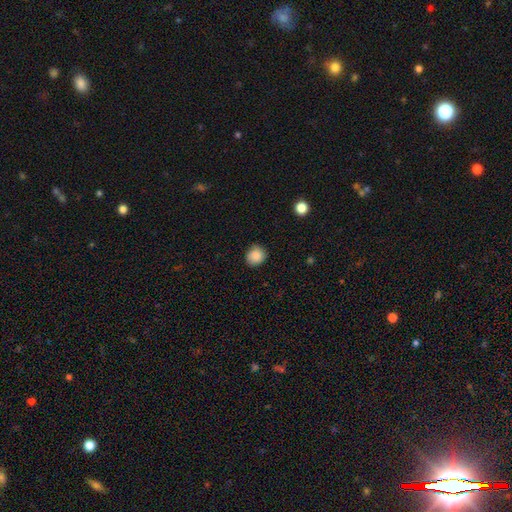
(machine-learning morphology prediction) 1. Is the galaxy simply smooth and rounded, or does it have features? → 87% smooth, 9% star or artifact, 4% featured or disk.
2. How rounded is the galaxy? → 82% round, 17% in between, 1% cigar-shaped.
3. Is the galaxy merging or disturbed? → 84% none, 13% minor disturbance, 2% major disturbance, 1% merger.